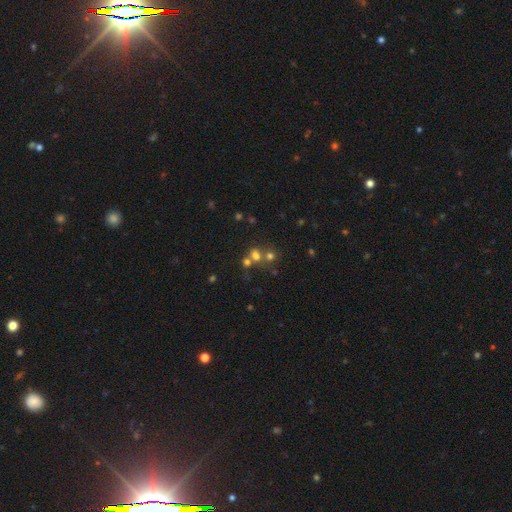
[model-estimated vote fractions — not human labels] The model was most divided on "merging": none: 44%, merger: 43%, minor disturbance: 8%, major disturbance: 5%. More confident: how rounded — round (70%); smooth or featured — smooth (62%).